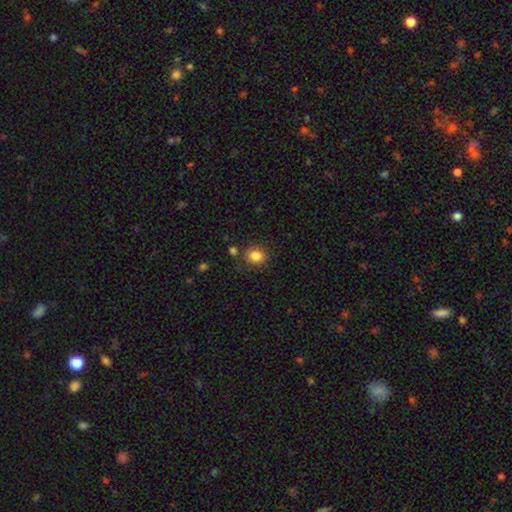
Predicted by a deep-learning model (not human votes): Smooth or featured?
  - smooth: 84% *
  - star or artifact: 11%
  - featured or disk: 5%
How rounded?
  - round: 80% *
  - in between: 19%
  - cigar-shaped: 1%
Merging?
  - none: 81% *
  - minor disturbance: 10%
  - merger: 5%
  - major disturbance: 3%